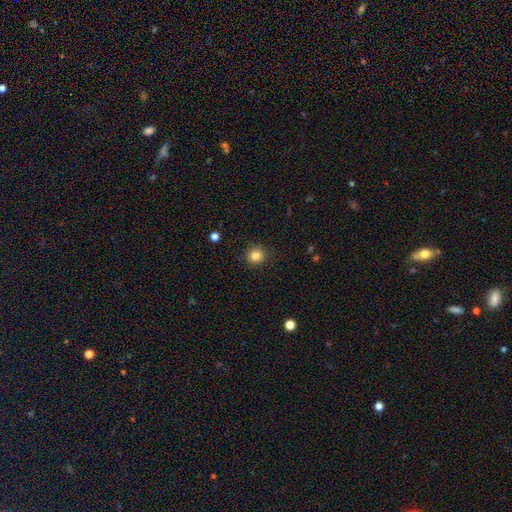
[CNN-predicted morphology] Smooth or featured? Predicted: smooth (p=0.85). How rounded? Predicted: round (p=0.91). Merging? Predicted: none (p=0.90).